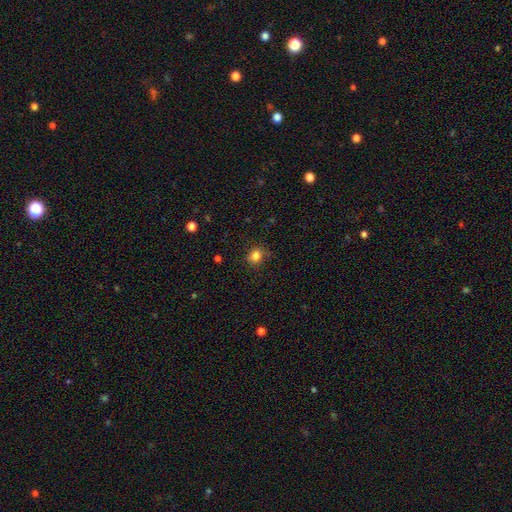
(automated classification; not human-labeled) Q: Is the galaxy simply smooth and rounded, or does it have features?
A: smooth — 83%.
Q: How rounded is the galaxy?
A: round — 72%.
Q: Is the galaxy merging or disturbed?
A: none — 80%.